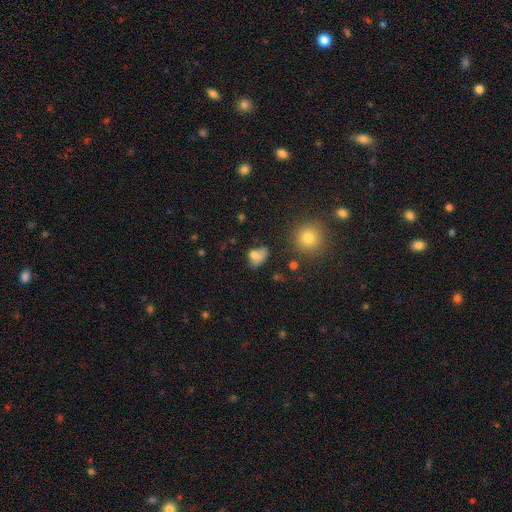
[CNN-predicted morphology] A smooth galaxy with no disk features (74%) that is in between round and cigar-shaped (72%). Merging: none (42%).